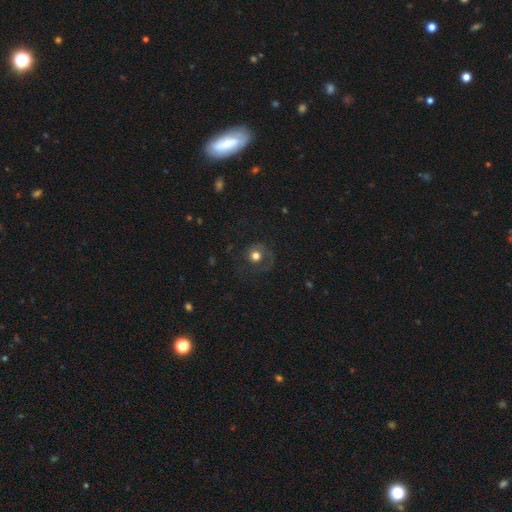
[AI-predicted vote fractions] This is likely a smooth galaxy (62%). How rounded: clearly round (87%). Merging: possibly none (58%).